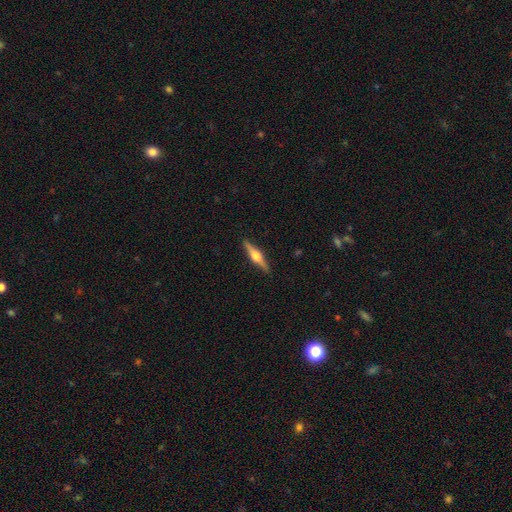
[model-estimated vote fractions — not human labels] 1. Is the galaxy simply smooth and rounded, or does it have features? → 72% featured or disk, 23% smooth, 5% star or artifact.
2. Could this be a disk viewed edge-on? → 98% yes, 2% no.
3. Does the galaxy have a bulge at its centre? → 93% rounded, 5% boxy, 2% none.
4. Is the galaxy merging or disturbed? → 91% none, 7% minor disturbance, 1% major disturbance, 1% merger.